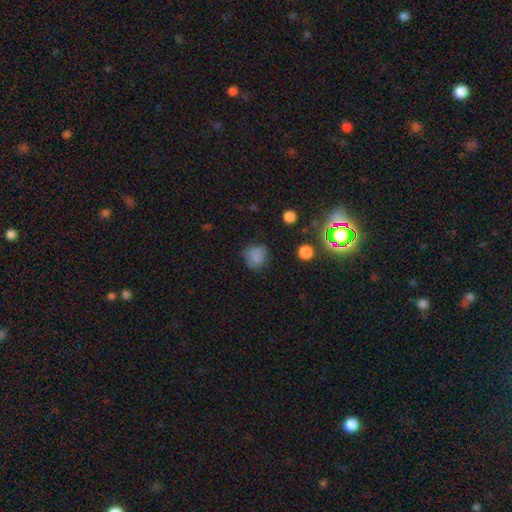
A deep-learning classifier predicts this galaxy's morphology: A smooth galaxy with no disk features (79%) that is round (82%).

Vote fractions:
- Smooth or featured? smooth: 79% / star or artifact: 15% / featured or disk: 6%
- How rounded? round: 82% / in between: 17% / cigar-shaped: 1%
- Merging? none: 73% / minor disturbance: 19% / major disturbance: 6% / merger: 2%